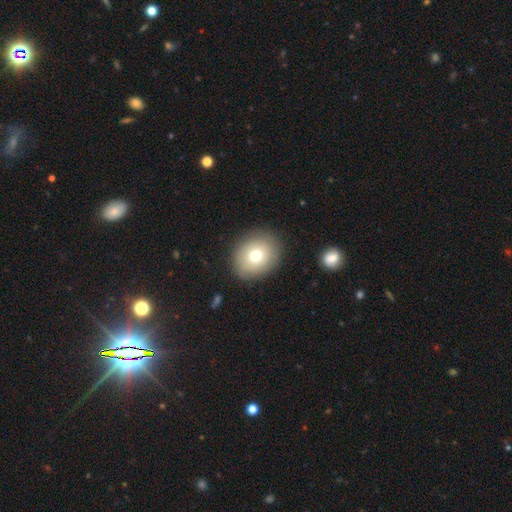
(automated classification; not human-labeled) This appears to be a smooth galaxy with no disk features (73%) that is round (61%). Merging: none (86%).